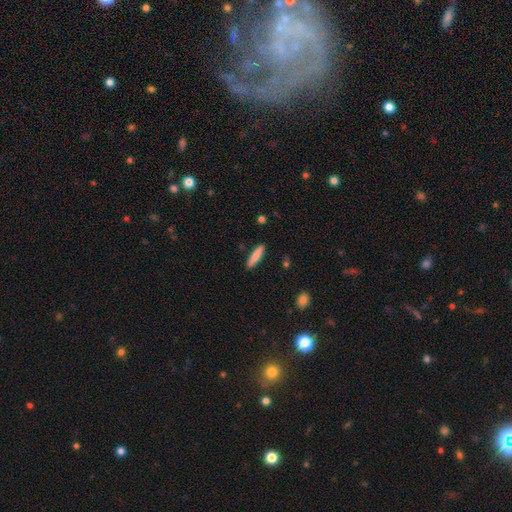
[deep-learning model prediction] The model was most divided on "how rounded": cigar-shaped: 85%, in between: 14%, round: 1%. More confident: merging — none (90%); smooth or featured — smooth (83%).